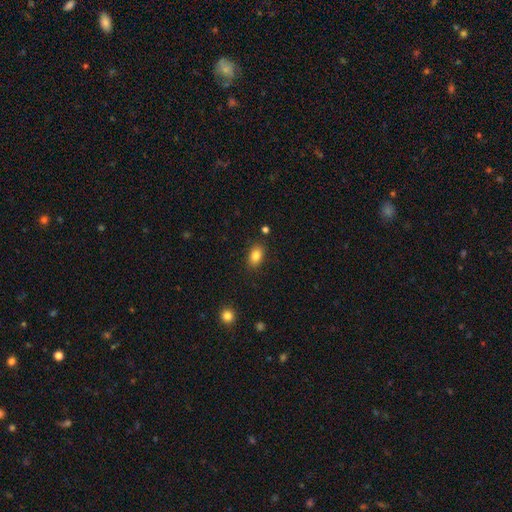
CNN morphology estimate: A smooth galaxy with no disk features (84%) that is in between round and cigar-shaped (84%). Merging: none (85%).